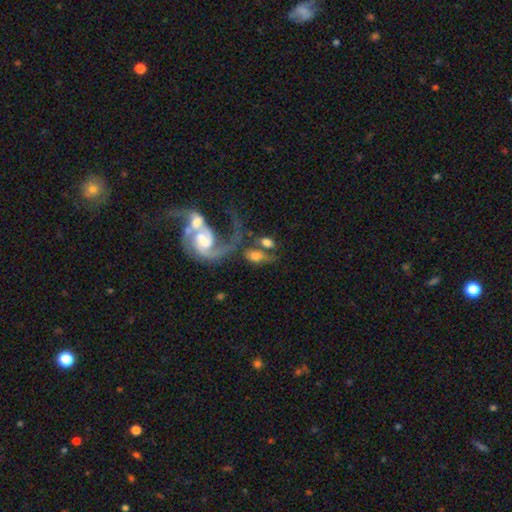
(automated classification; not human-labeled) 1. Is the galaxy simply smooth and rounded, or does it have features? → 46% smooth (tied), 46% featured or disk (tied), 8% star or artifact.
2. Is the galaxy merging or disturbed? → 41% merger, 31% none, 15% major disturbance, 13% minor disturbance.